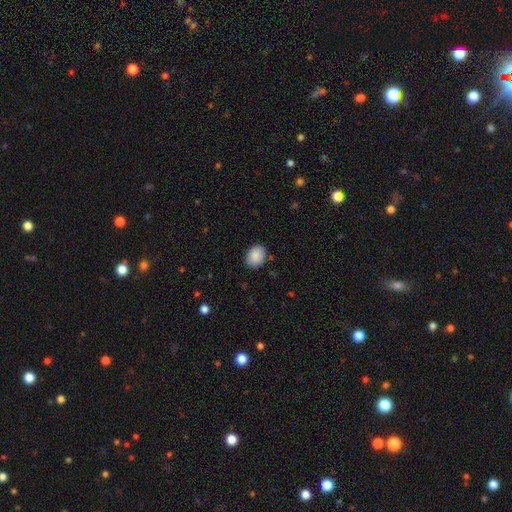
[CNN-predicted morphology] Smooth or featured? Predicted: smooth (p=0.89). How rounded? Predicted: in between (p=0.60). Merging? Predicted: none (p=0.85).